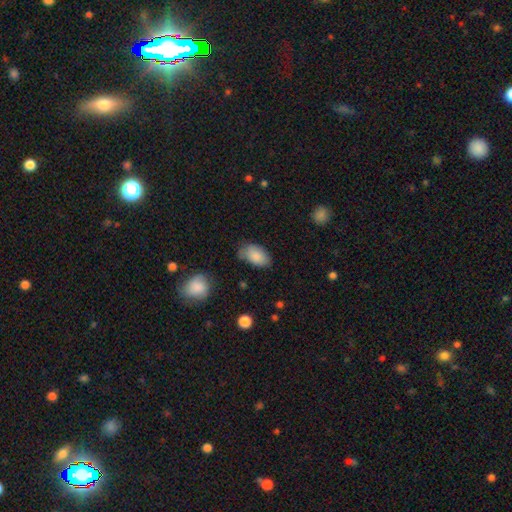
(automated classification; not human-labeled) Smooth or featured? Predicted: smooth (p=0.85). How rounded? Predicted: in between (p=0.93). Merging? Predicted: none (p=0.66).